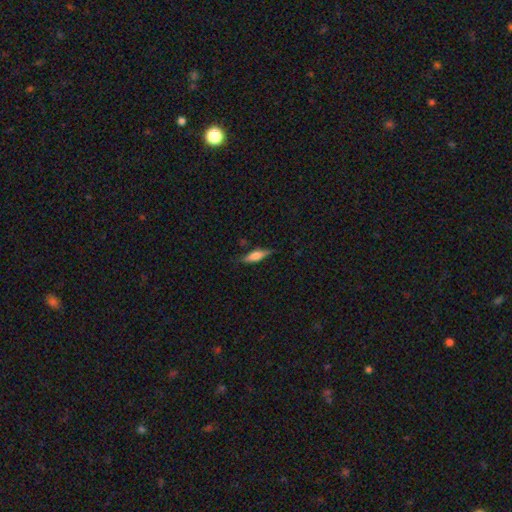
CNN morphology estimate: type=smooth (53%); roundness=cigar-shaped (57%); merging=none (80%).